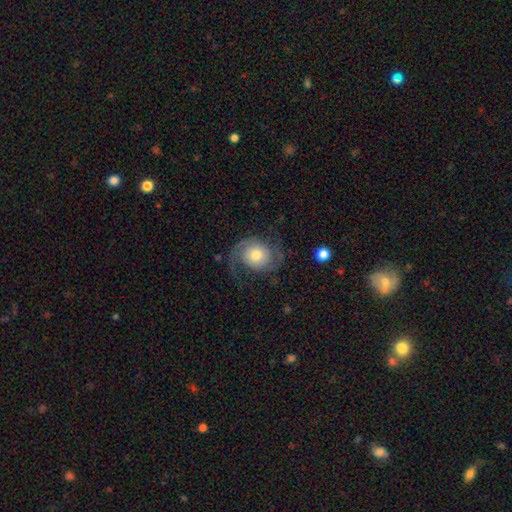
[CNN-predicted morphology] smooth_or_featured: featured or disk (p=0.79) [alt: smooth p=0.14]
disk_edge_on: no (p=0.98) [alt: yes p=0.02]
bar: no (p=0.76) [alt: weak p=0.20]
has_spiral_arms: yes (p=0.96) [alt: no p=0.04]
spiral_winding: medium (p=0.46) [alt: loose p=0.34]
spiral_arm_count: 2 (p=0.90) [alt: 1 p=0.05]
bulge_size: moderate (p=0.58) [alt: small p=0.26]
merging: none (p=0.71) [alt: minor disturbance p=0.15]